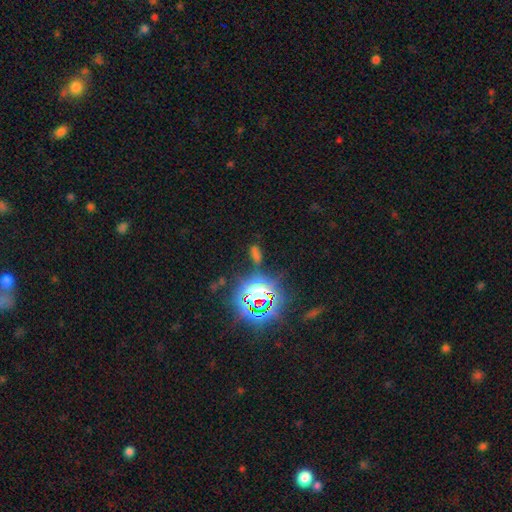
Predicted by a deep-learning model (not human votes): A star or artifact, not a galaxy (69%).

Vote fractions:
- Smooth or featured? star or artifact: 69% / smooth: 21% / featured or disk: 10%